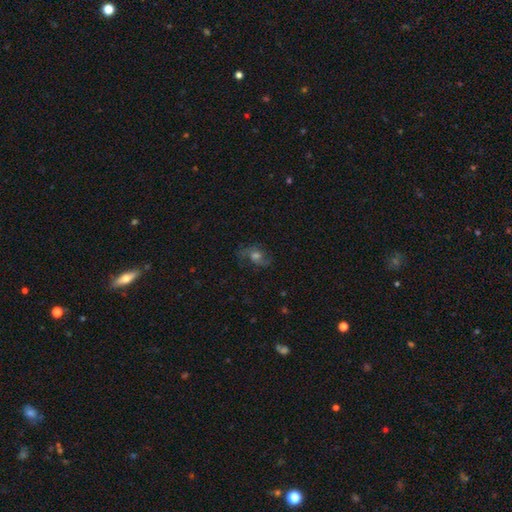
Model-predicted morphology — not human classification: A featured or disk galaxy (65%) with no bar (65%), 2 (84%) medium (46%) spiral arms (91%) and a moderate central bulge (54%). Merging: none (72%).